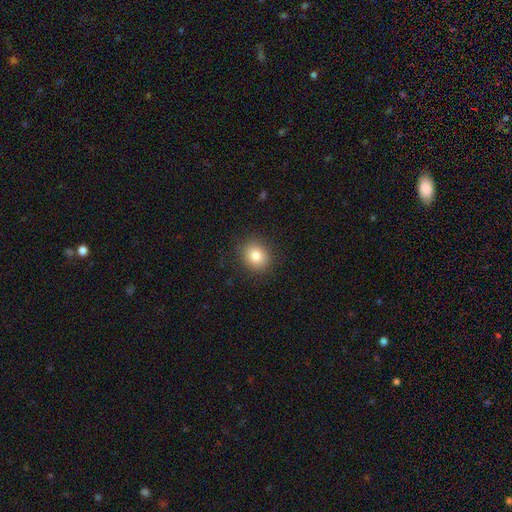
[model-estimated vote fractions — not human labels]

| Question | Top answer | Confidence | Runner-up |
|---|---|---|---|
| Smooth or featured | smooth | 82% | star or artifact (10%) |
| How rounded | round | 73% | in between (26%) |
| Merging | none | 89% | minor disturbance (8%) |